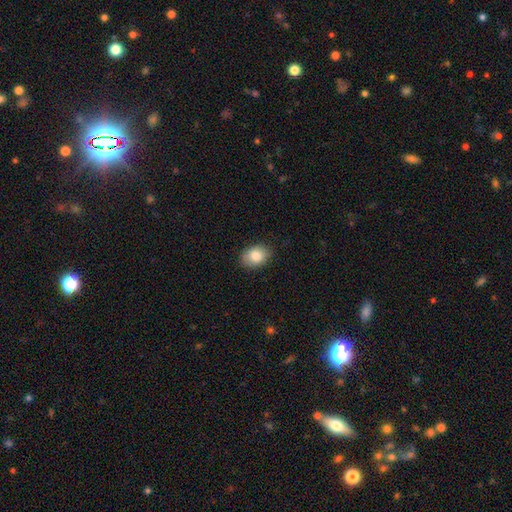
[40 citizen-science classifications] Volunteers were most divided on "how rounded": in between: 82%, round: 18%, cigar-shaped: 0%. More confident: smooth or featured — smooth (95%); merging — none (82%).